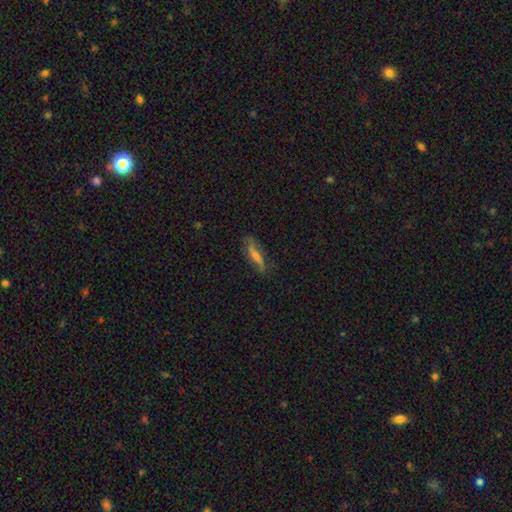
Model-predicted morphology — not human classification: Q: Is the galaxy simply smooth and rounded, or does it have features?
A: featured or disk — 49%.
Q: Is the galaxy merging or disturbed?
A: none — 73%.